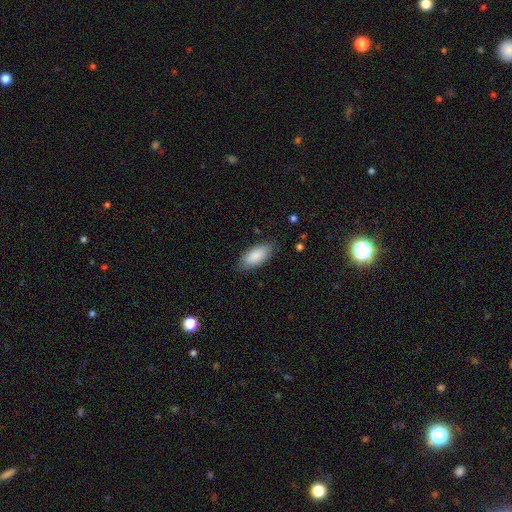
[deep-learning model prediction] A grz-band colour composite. It shows a smooth galaxy with no disk features (88%) that is in between round and cigar-shaped (88%). Merging: none (84%).